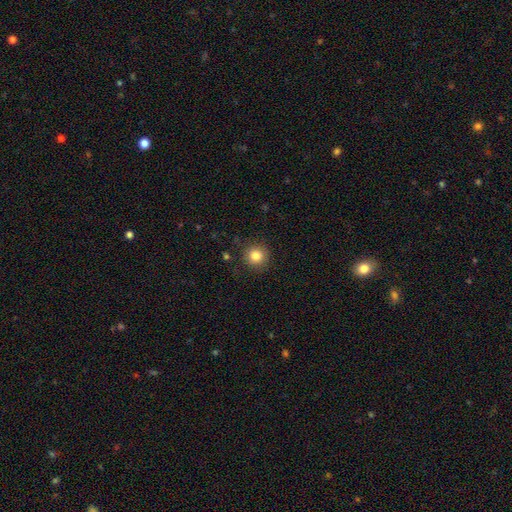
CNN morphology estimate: This is clearly a smooth galaxy (84%). How rounded: clearly round (93%). Merging: clearly none (89%).